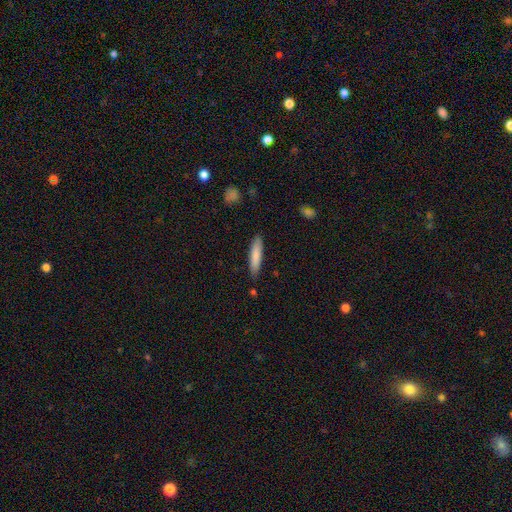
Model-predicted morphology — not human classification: smooth-or-featured: smooth: 81% | featured or disk: 13% | star or artifact: 6%
  how-rounded: cigar-shaped: 85% | in between: 14% | round: 1%
  merging: none: 86% | minor disturbance: 11% | major disturbance: 2% | merger: 2%